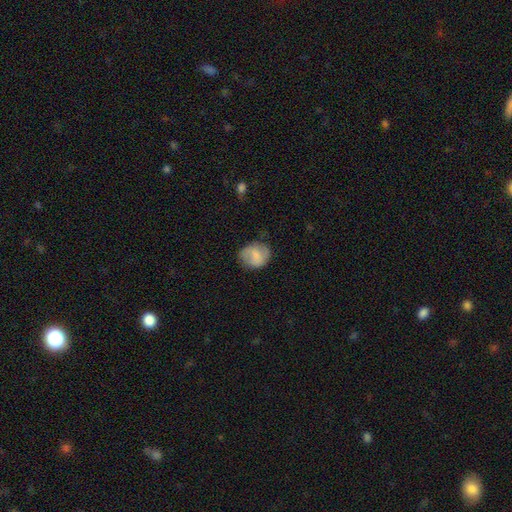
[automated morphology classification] This appears to be a smooth galaxy with no disk features (67%) that is round (65%). Merging: none (69%).